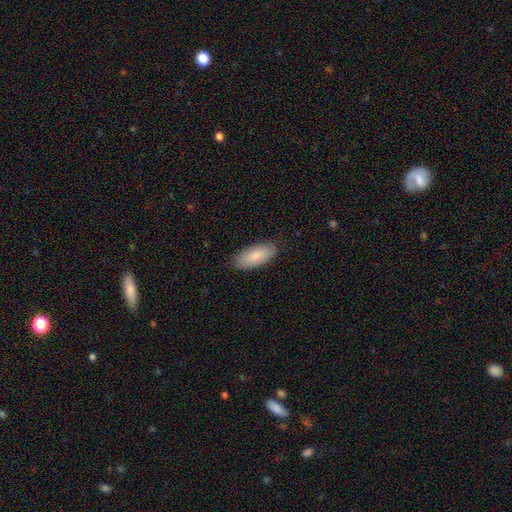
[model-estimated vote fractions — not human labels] This appears to be a smooth galaxy with no disk features (84%) that is in between round and cigar-shaped (85%). Merging: none (84%).